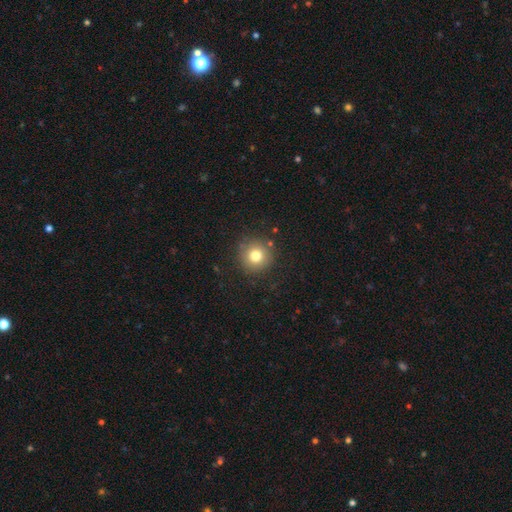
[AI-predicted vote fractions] Smooth or featured? smooth (77%)
How rounded? round (95%)
Merging? none (86%)